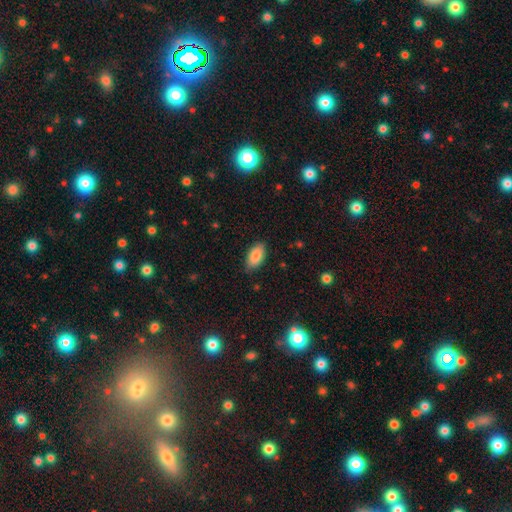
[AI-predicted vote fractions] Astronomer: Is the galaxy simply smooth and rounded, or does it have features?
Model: smooth — 86%.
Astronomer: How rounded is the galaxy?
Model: in between — 93%.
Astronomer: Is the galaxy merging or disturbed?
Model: none — 84%.